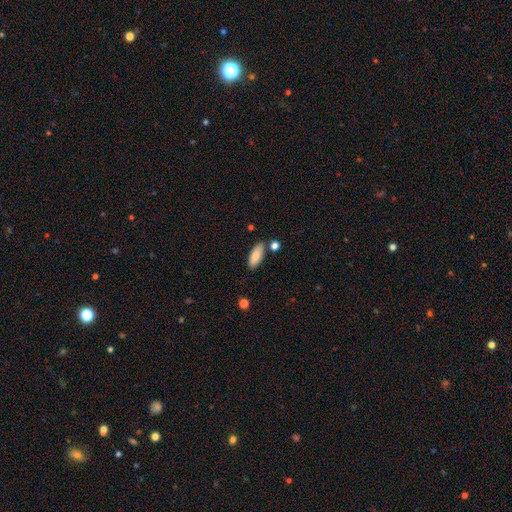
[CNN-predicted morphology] This appears to be a smooth galaxy with no disk features (84%) that is in between round and cigar-shaped (80%). Merging: none (79%).